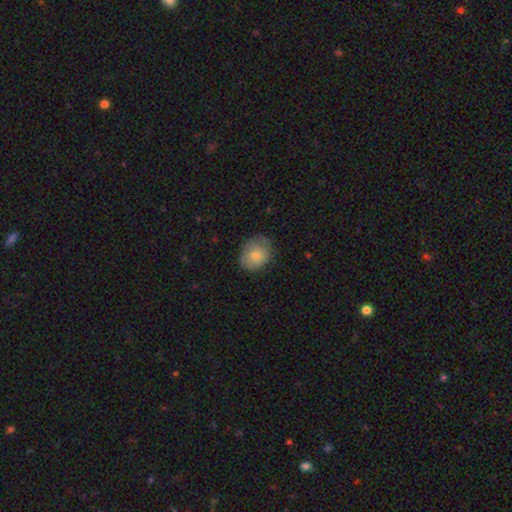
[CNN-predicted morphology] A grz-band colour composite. It shows a smooth galaxy with no disk features (75%) that is round (54%). Merging: none (69%).